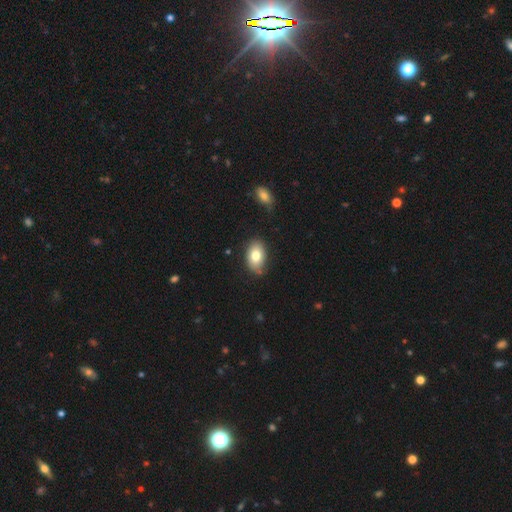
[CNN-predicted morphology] smooth_or_featured: smooth (p=0.79) [alt: featured or disk p=0.14]
how_rounded: in between (p=0.85) [alt: round p=0.13]
merging: none (p=0.76) [alt: minor disturbance p=0.18]